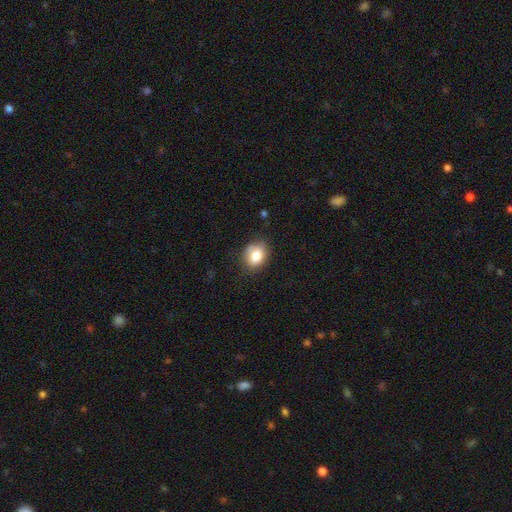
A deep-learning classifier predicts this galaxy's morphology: smooth 80%, featured or disk 10%, star or artifact 10%. Down the decision tree: how rounded — in between (52%); merging — none (71%).